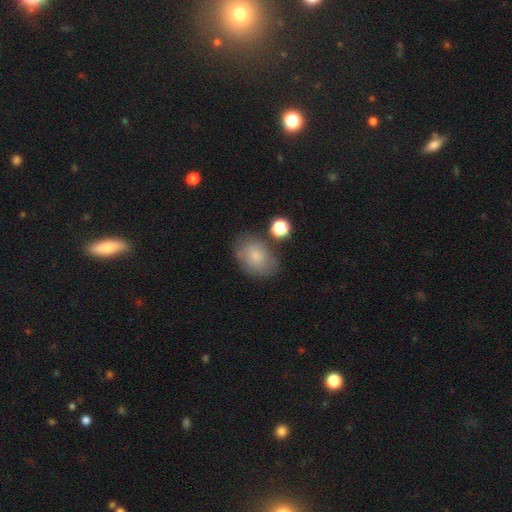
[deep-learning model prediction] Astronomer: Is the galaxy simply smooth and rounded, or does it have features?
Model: smooth — 76%.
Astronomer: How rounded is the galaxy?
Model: in between — 78%.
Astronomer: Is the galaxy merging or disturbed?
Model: none — 69%.